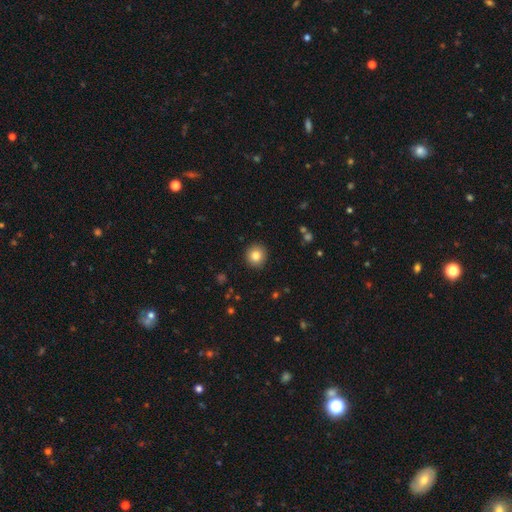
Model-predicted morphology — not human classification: A smooth galaxy with no disk features (82%) that is round (92%).

Vote fractions:
- Smooth or featured? smooth: 82% / star or artifact: 10% / featured or disk: 8%
- How rounded? round: 92% / in between: 7% / cigar-shaped: 1%
- Merging? none: 92% / minor disturbance: 6% / major disturbance: 2% / merger: 1%